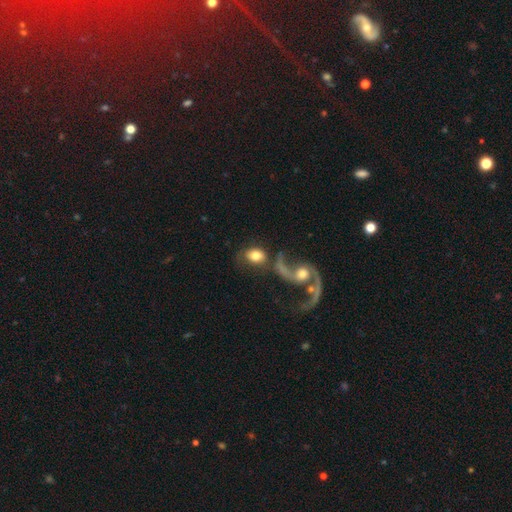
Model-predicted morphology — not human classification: Smooth or featured? Predicted: smooth (p=0.66). How rounded? Predicted: in between (p=0.69). Merging? Predicted: none (p=0.38).